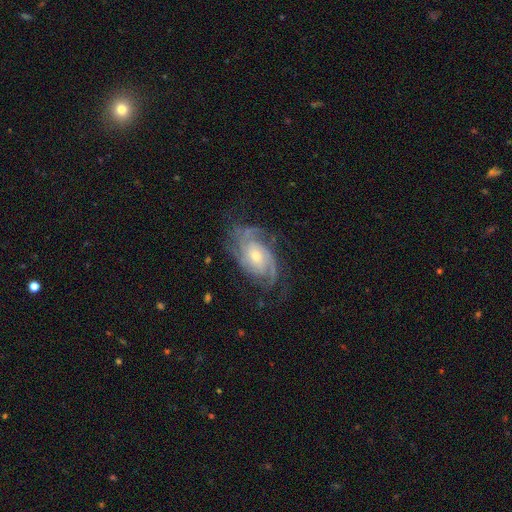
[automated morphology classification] Smooth or featured? featured or disk (89%)
Edge-on disk? no (96%)
Bar? no (66%)
Spiral arms? yes (98%)
Spiral winding? tight (57%)
Spiral arm count? 3 (31%)
Bulge size? moderate (53%)
Merging? none (72%)